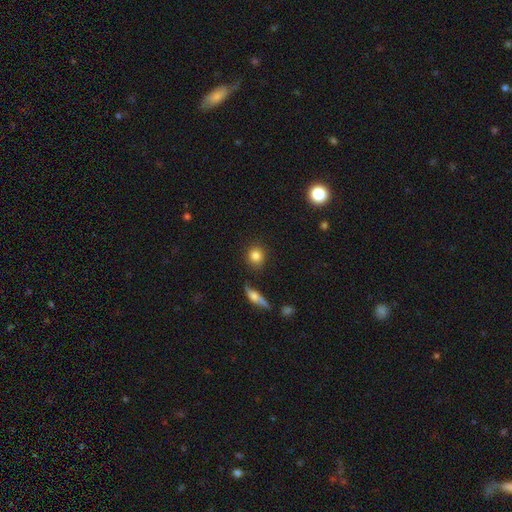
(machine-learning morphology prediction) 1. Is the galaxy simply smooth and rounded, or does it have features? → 84% smooth, 9% star or artifact, 8% featured or disk.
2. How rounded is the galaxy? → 83% round, 14% in between, 2% cigar-shaped.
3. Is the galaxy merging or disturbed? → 86% none, 8% minor disturbance, 3% merger, 3% major disturbance.